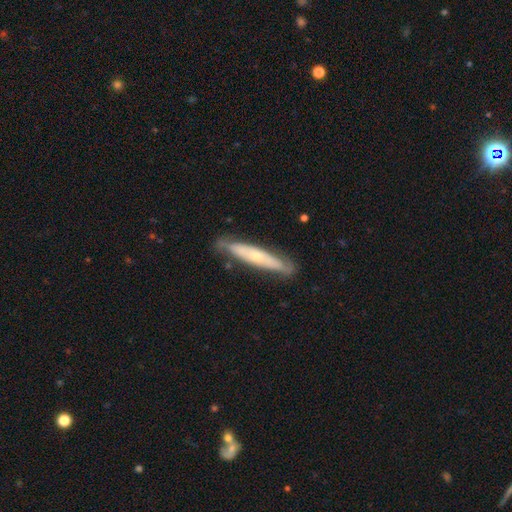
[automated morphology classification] Smooth or featured? Predicted: featured or disk (p=0.57). Edge-on disk? Predicted: yes (p=0.69). Merging? Predicted: none (p=0.78).